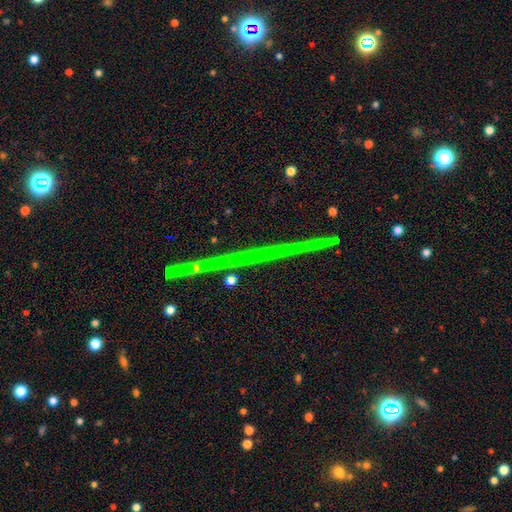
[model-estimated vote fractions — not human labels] Overall: star or artifact (70%).